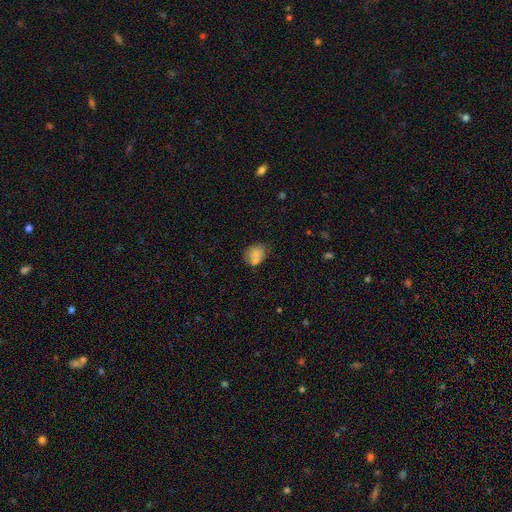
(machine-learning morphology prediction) Smooth or featured? Predicted: smooth (p=0.74). How rounded? Predicted: round (p=0.53). Merging? Predicted: none (p=0.50).